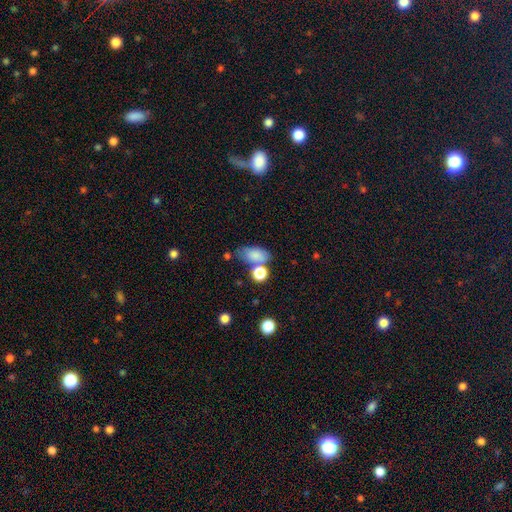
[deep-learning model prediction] Morphology: type=smooth (79%); roundness=in between (85%); merging=none (48%).